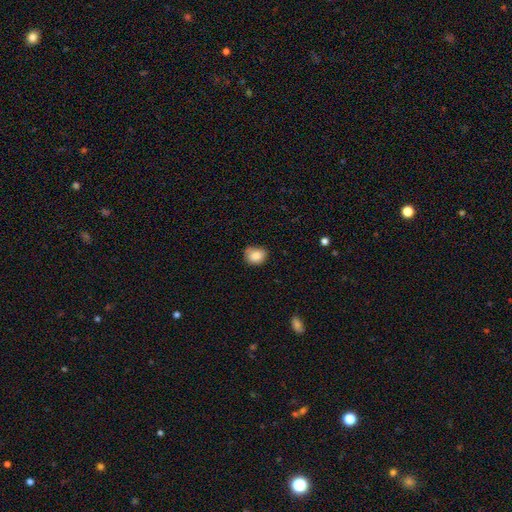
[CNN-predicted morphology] smooth-or-featured: smooth: 85% | star or artifact: 9% | featured or disk: 6%
  how-rounded: round: 59% | in between: 40% | cigar-shaped: 1%
  merging: none: 67% | minor disturbance: 25% | major disturbance: 4% | merger: 4%